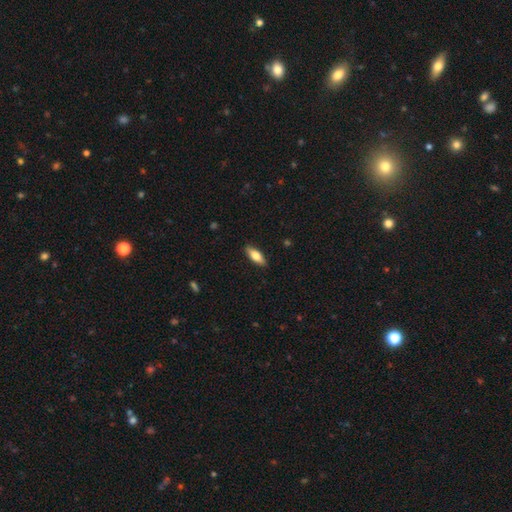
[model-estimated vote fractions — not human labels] This is likely a smooth galaxy (71%). How rounded: likely in between (69%). Merging: clearly none (88%).